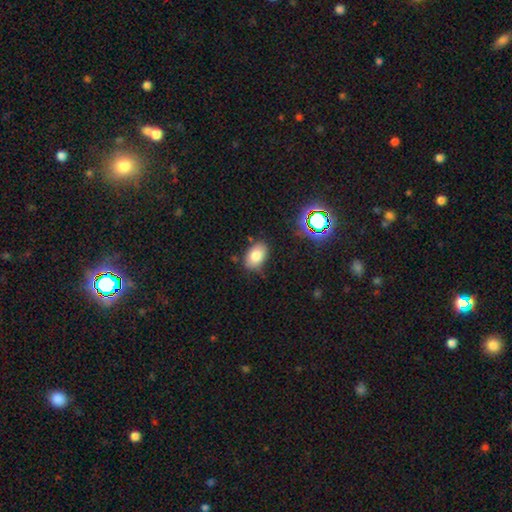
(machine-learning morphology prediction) This appears to be a smooth galaxy with no disk features (80%) that is in between round and cigar-shaped (86%). Merging: none (76%).